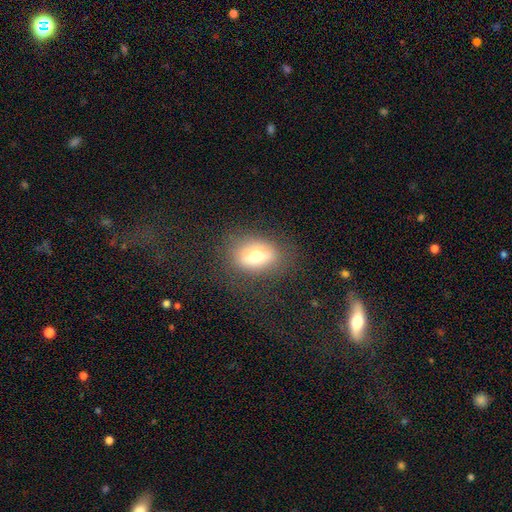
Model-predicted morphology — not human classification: Smooth or featured?
  - smooth: 63% *
  - featured or disk: 26%
  - star or artifact: 11%
How rounded?
  - in between: 69% *
  - round: 27%
  - cigar-shaped: 4%
Merging?
  - none: 78% *
  - minor disturbance: 13%
  - major disturbance: 7%
  - merger: 1%